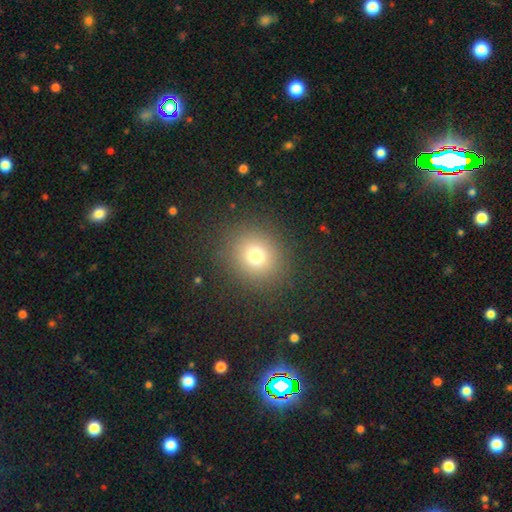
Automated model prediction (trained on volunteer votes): Morphology: type=smooth (73%); roundness=round (82%); merging=none (88%).